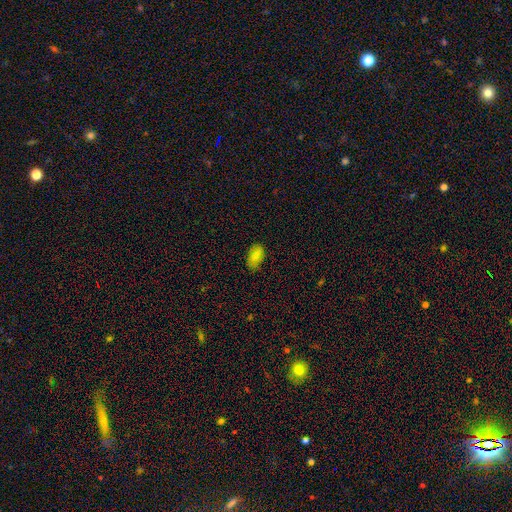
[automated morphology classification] Smooth or featured? smooth (85%)
How rounded? in between (93%)
Merging? none (83%)